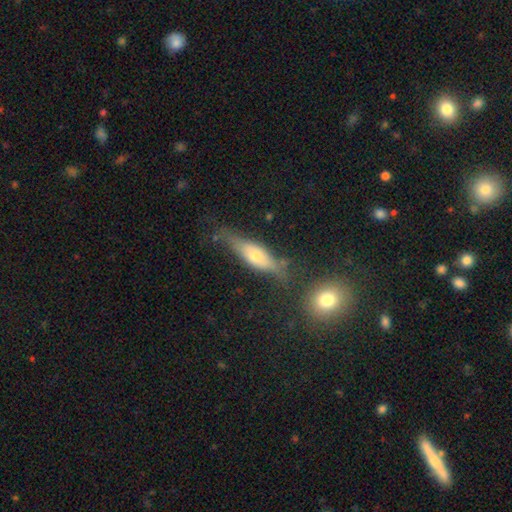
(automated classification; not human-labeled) Smooth or featured: featured or disk — 53% (smooth — 38%)
Edge-on disk: yes — 79% (no — 21%)
Merging: none — 62% (minor disturbance — 23%)